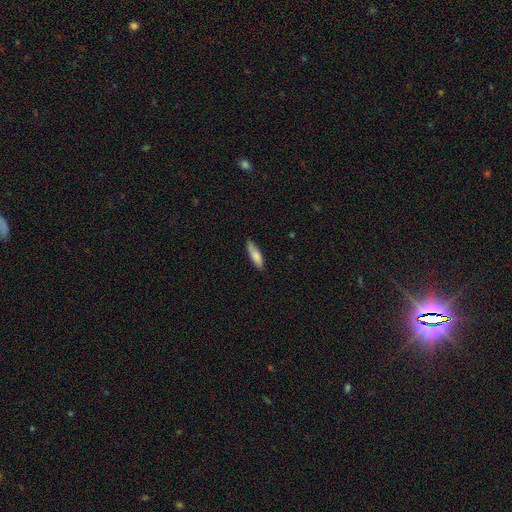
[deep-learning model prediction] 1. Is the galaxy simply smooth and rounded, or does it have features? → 81% smooth, 13% featured or disk, 6% star or artifact.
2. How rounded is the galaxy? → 59% cigar-shaped, 39% in between, 2% round.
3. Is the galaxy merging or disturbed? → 80% none, 16% minor disturbance, 2% major disturbance, 1% merger.